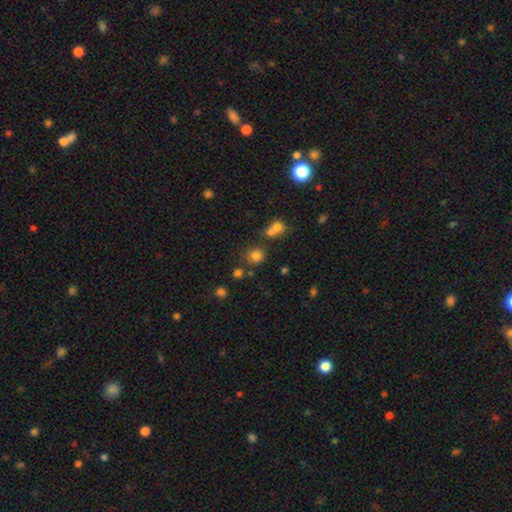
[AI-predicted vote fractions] Smooth or featured?
  - smooth: 76% *
  - star or artifact: 16%
  - featured or disk: 7%
How rounded?
  - round: 83% *
  - in between: 16%
  - cigar-shaped: 1%
Merging?
  - none: 69% *
  - merger: 17%
  - minor disturbance: 10%
  - major disturbance: 4%